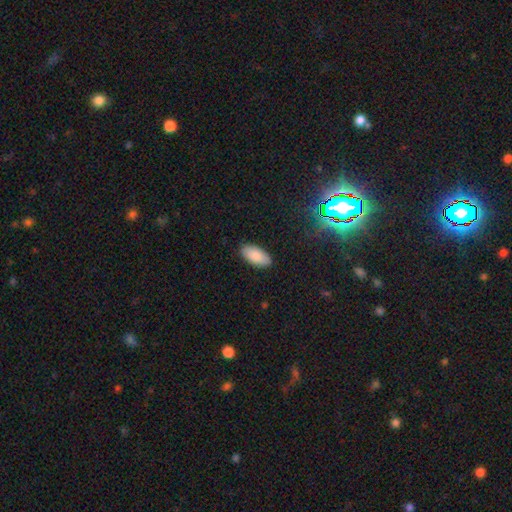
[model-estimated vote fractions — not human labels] Smooth or featured?
  - smooth: 88% *
  - star or artifact: 7%
  - featured or disk: 6%
How rounded?
  - in between: 93% *
  - cigar-shaped: 5%
  - round: 2%
Merging?
  - none: 88% *
  - minor disturbance: 9%
  - major disturbance: 2%
  - merger: 1%